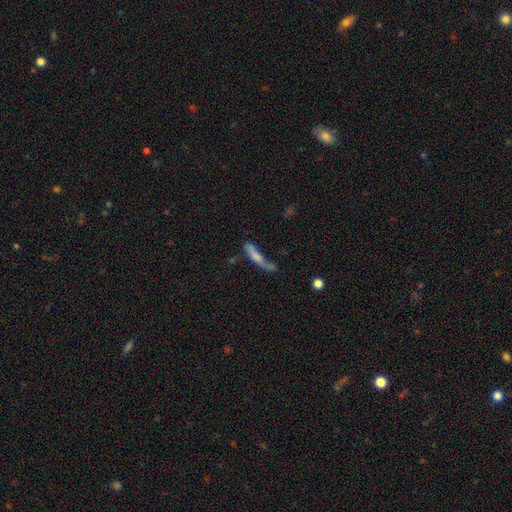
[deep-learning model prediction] This is possibly a smooth galaxy (58%). How rounded: clearly cigar-shaped (80%). Merging: marginally none (33%).